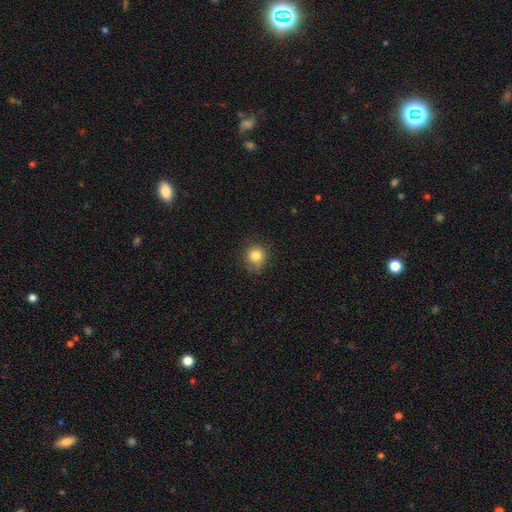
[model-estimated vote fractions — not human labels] Q: Smooth or featured?
A: smooth (82%); runner-up: star or artifact (11%)
Q: How rounded?
A: round (88%); runner-up: in between (11%)
Q: Merging?
A: none (72%); runner-up: minor disturbance (21%)